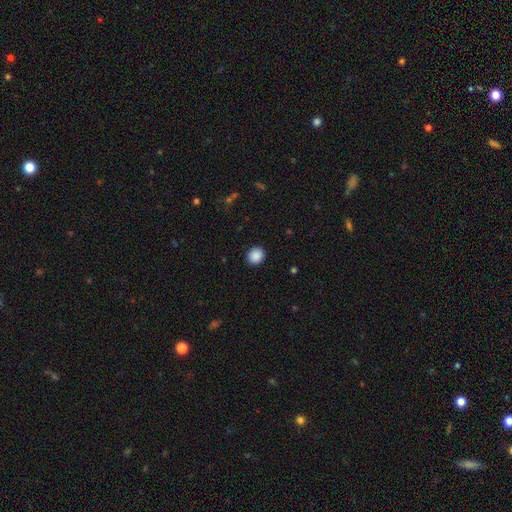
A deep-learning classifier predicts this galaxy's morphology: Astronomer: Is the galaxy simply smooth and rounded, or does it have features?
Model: smooth — 89%.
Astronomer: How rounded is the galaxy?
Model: round — 73%.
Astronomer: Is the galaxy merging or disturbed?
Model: none — 91%.